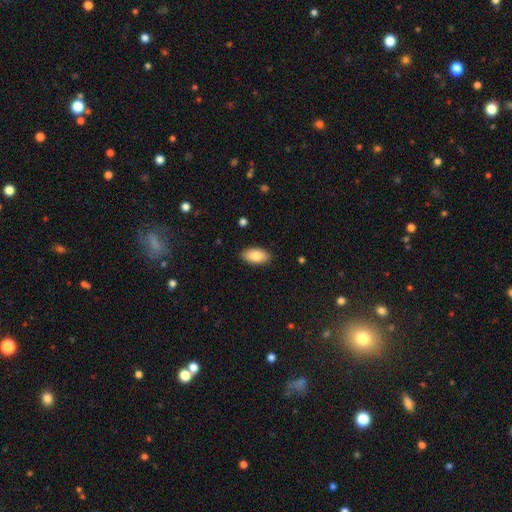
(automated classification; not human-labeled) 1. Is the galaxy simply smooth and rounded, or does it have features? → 84% smooth, 10% featured or disk, 7% star or artifact.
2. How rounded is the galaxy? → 94% in between, 3% round, 3% cigar-shaped.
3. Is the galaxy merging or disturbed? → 89% none, 8% minor disturbance, 2% major disturbance, 1% merger.